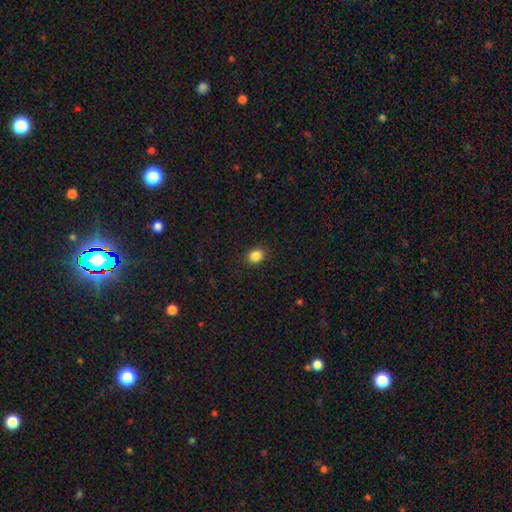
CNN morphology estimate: The model was most divided on "how rounded": round: 55%, in between: 44%, cigar-shaped: 1%. More confident: merging — none (89%); smooth or featured — smooth (87%).